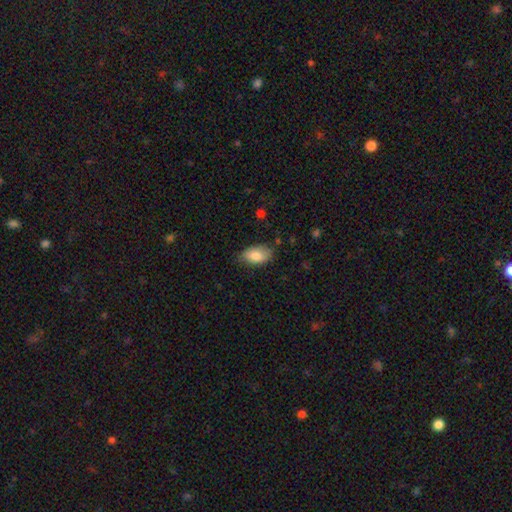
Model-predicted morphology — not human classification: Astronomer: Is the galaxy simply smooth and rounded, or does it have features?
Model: smooth — 81%.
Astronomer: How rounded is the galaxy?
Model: in between — 93%.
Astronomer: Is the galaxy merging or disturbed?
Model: none — 71%.